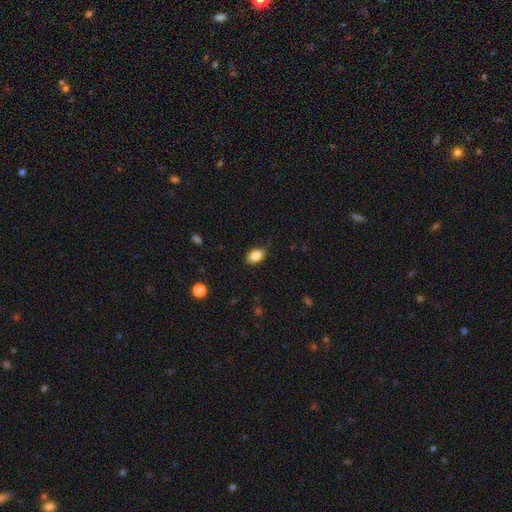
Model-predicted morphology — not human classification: A smooth galaxy with no disk features (85%) that is in between round and cigar-shaped (84%). Merging: none (82%).